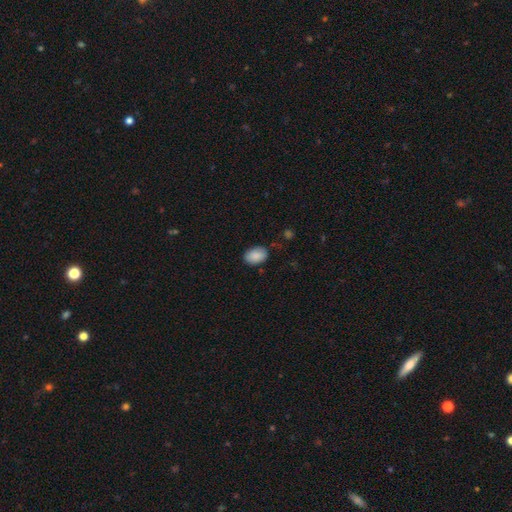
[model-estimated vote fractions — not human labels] Smooth or featured: smooth — 88% (star or artifact — 7%)
How rounded: in between — 86% (round — 13%)
Merging: none — 81% (minor disturbance — 15%)